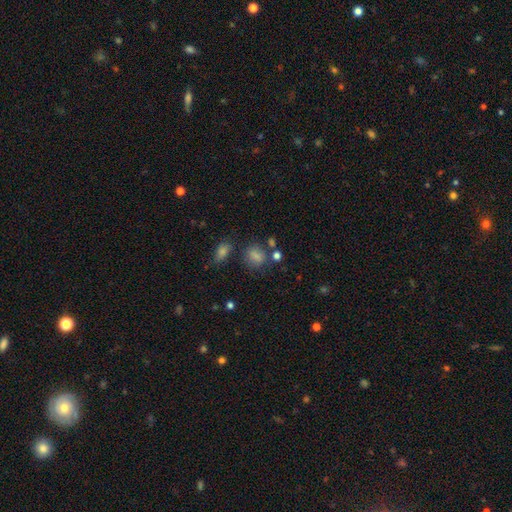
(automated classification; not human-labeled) Overall: smooth (62%; star or artifact 27%). How rounded: round (53%; in between 45%). Merging: none (67%).